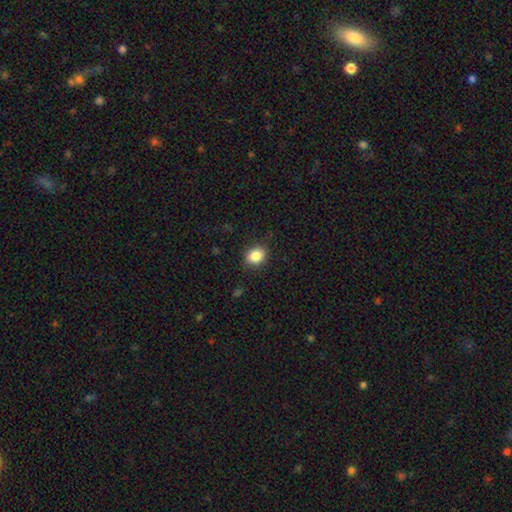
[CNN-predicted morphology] This appears to be a smooth galaxy with no disk features (85%) that is round (50%). Merging: none (84%).